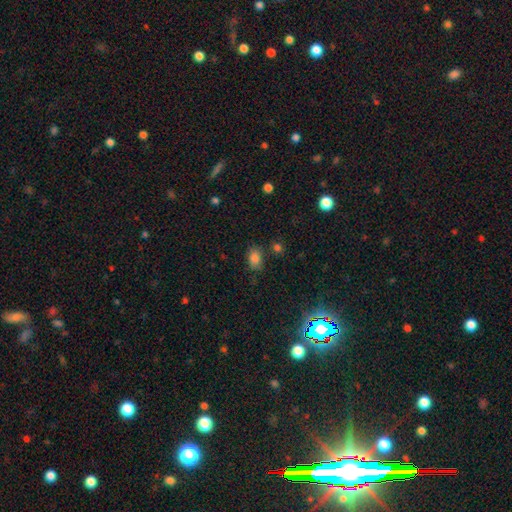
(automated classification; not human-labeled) smooth 64%, star or artifact 28%, featured or disk 8%. Down the decision tree: how rounded — in between (70%); merging — none (80%).